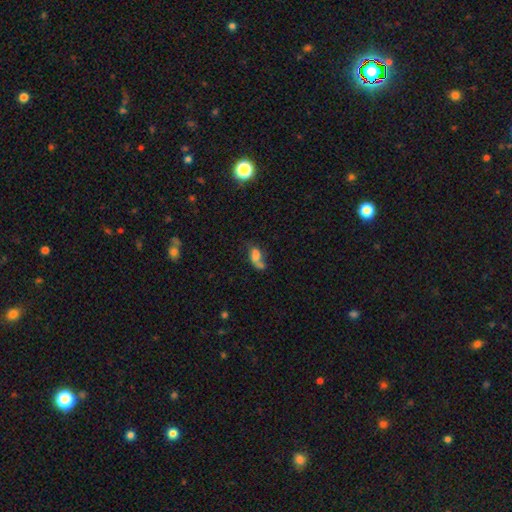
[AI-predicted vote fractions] Overall: smooth (57%; featured or disk 29%). How rounded: in between (81%). Merging: merger (37%; none 25%).